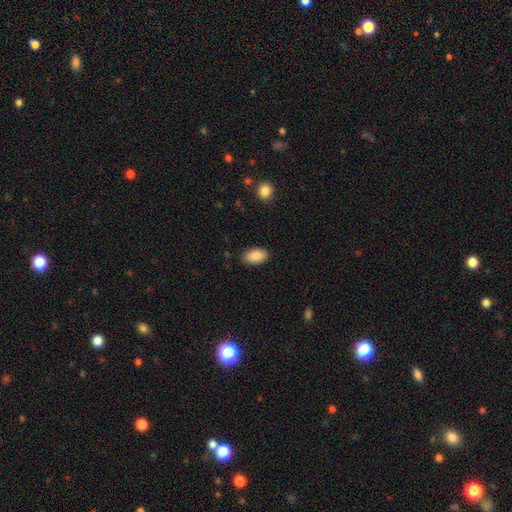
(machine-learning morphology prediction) Smooth or featured: smooth — 89% (star or artifact — 7%)
How rounded: in between — 93% (round — 5%)
Merging: none — 86% (minor disturbance — 10%)